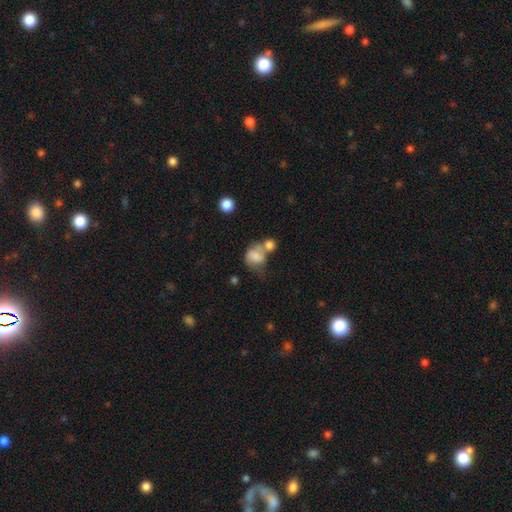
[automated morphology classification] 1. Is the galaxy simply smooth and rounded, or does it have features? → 66% smooth, 25% featured or disk, 9% star or artifact.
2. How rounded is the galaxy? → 57% round, 42% in between, 1% cigar-shaped.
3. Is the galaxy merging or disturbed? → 46% merger, 24% none, 16% minor disturbance, 14% major disturbance.